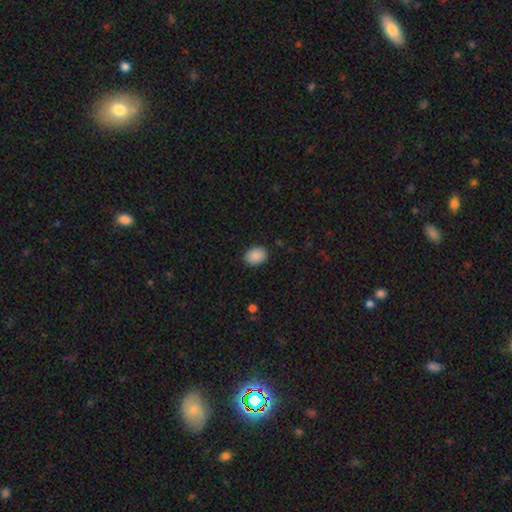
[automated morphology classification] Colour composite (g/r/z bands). It shows a smooth galaxy with no disk features (90%) that is in between round and cigar-shaped (66%). Merging: none (89%).